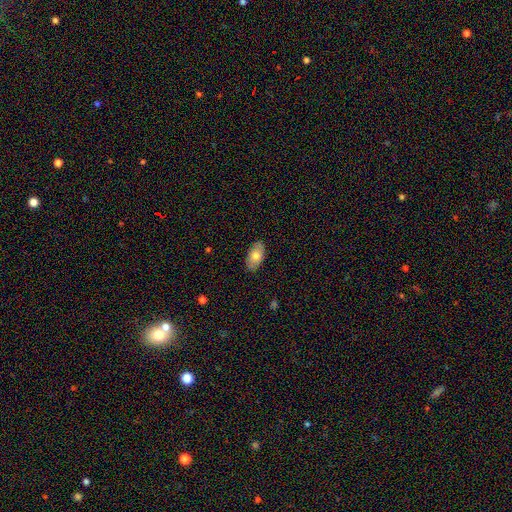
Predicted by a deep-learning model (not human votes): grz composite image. It shows a smooth galaxy with no disk features (72%) that is in between round and cigar-shaped (94%). Merging: none (87%).